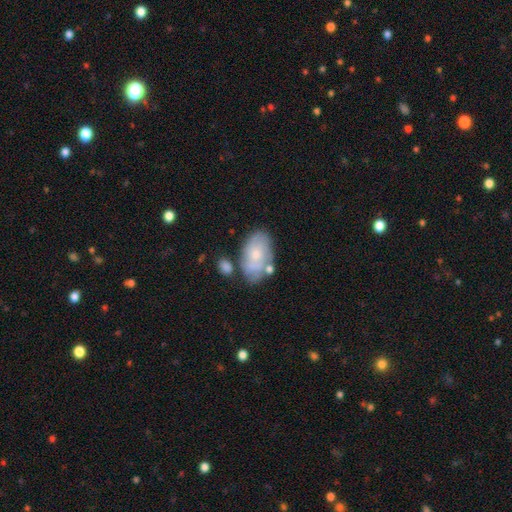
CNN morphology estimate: Smooth or featured: featured or disk — 47% (smooth — 46%)
Merging: none — 55% (minor disturbance — 23%)